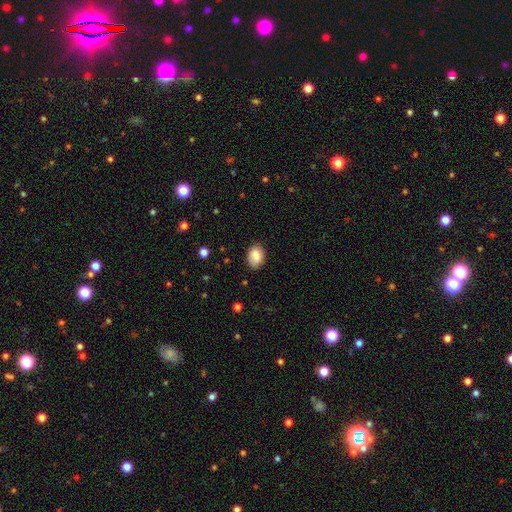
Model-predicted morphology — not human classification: This appears to be a smooth galaxy with no disk features (86%) that is in between round and cigar-shaped (82%). Merging: none (81%).